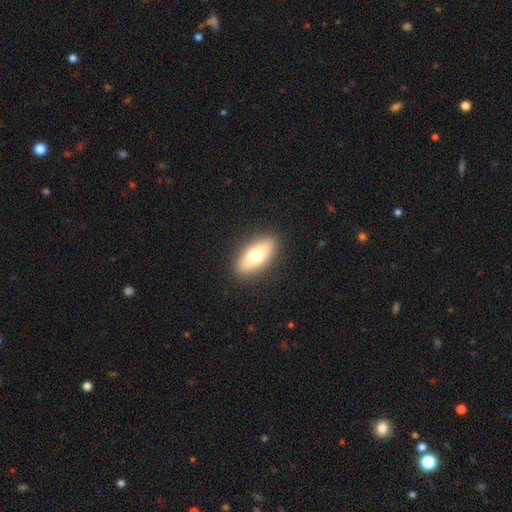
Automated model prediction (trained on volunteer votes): smooth 67%, featured or disk 26%, star or artifact 7%. Down the decision tree: how rounded — in between (79%); merging — none (89%).